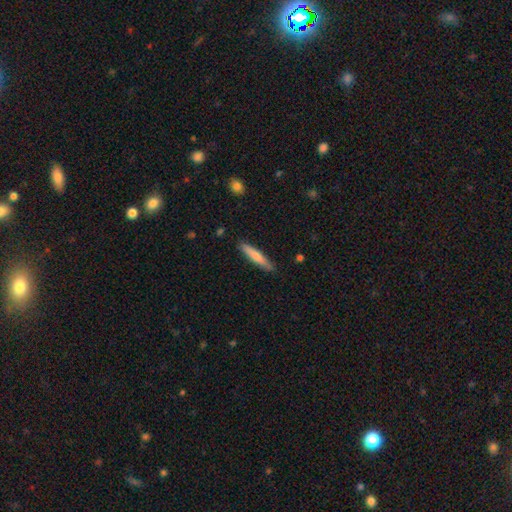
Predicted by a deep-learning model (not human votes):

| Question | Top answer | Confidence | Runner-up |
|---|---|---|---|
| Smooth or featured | smooth | 69% | featured or disk (26%) |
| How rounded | cigar-shaped | 90% | in between (8%) |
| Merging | none | 88% | minor disturbance (9%) |